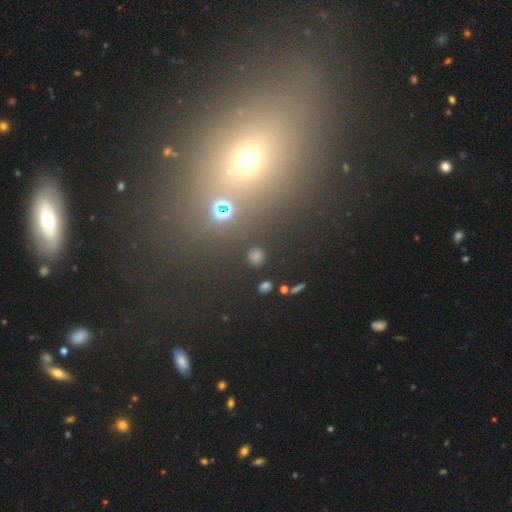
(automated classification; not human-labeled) Smooth or featured?
  - star or artifact: 48% *
  - smooth: 40%
  - featured or disk: 12%